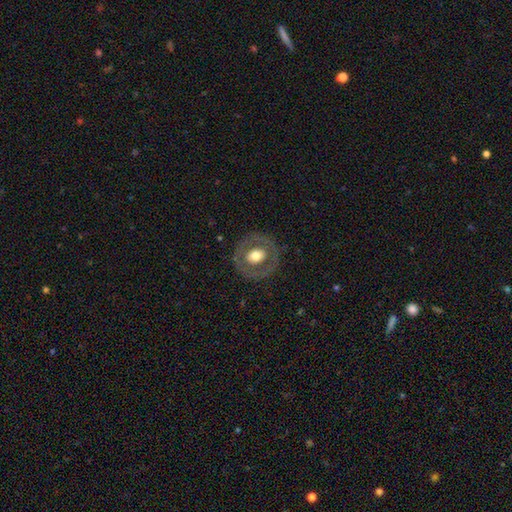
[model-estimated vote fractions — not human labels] Q: Smooth or featured?
A: featured or disk (47%); tied with: smooth (47%)
Q: Merging?
A: none (82%); runner-up: minor disturbance (11%)